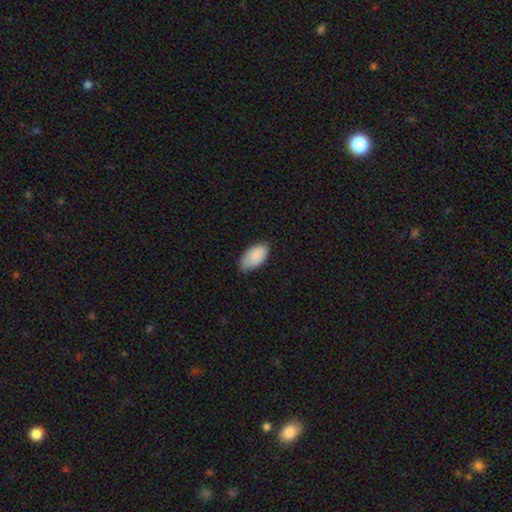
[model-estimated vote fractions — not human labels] smooth-or-featured: smooth: 88% | featured or disk: 6% | star or artifact: 6%
  how-rounded: in between: 95% | round: 2% | cigar-shaped: 2%
  merging: none: 72% | minor disturbance: 24% | major disturbance: 3% | merger: 1%